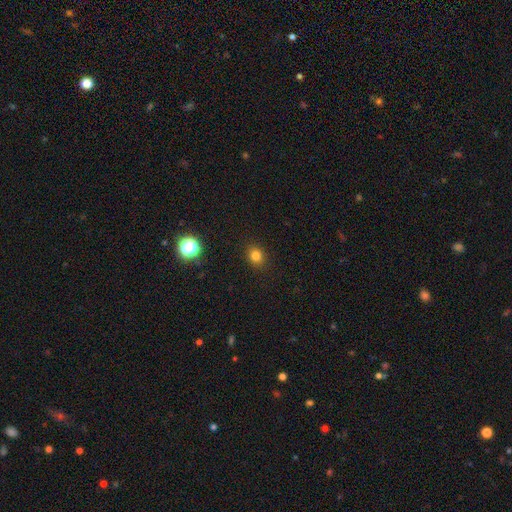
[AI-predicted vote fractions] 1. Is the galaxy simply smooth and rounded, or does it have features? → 80% smooth, 15% star or artifact, 5% featured or disk.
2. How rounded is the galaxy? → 74% round, 25% in between, 1% cigar-shaped.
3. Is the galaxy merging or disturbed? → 90% none, 7% minor disturbance, 2% major disturbance, 1% merger.